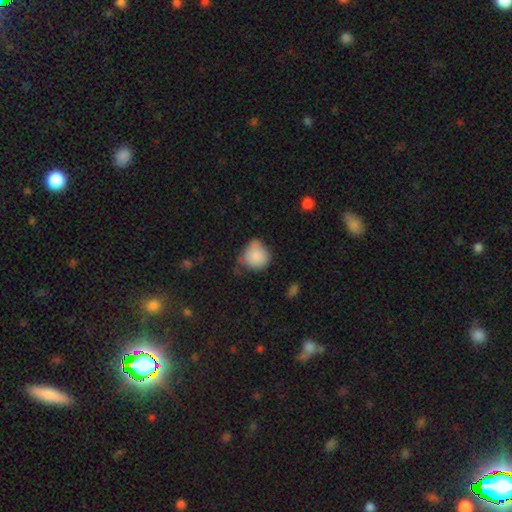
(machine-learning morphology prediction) Smooth or featured? Predicted: smooth (p=0.84). How rounded? Predicted: round (p=0.78). Merging? Predicted: minor disturbance (p=0.45).